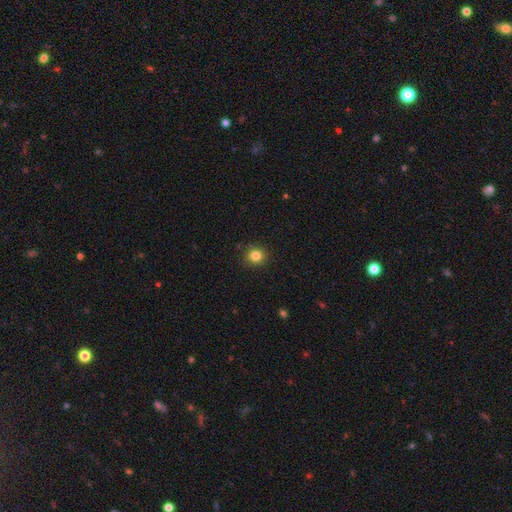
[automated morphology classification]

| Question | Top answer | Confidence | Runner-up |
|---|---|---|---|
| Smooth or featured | smooth | 83% | star or artifact (12%) |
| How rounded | round | 86% | in between (13%) |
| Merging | none | 89% | minor disturbance (8%) |